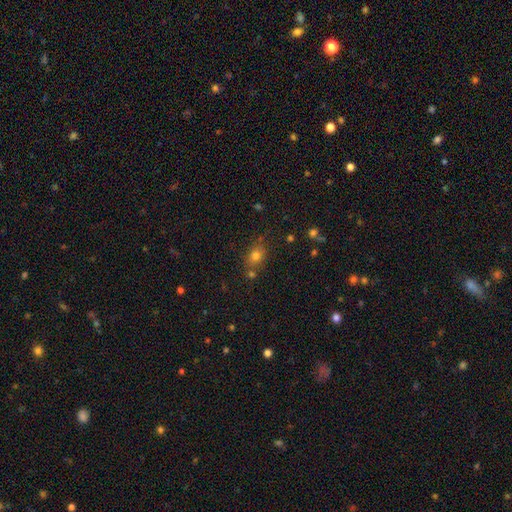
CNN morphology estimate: type=smooth (72%); roundness=round (49%, tied with in between); merging=none (69%).